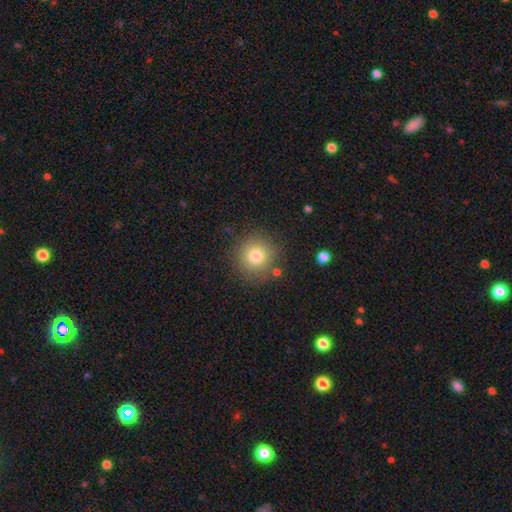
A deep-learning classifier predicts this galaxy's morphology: smooth-or-featured: smooth: 77% | star or artifact: 13% | featured or disk: 10%
  how-rounded: round: 93% | in between: 6% | cigar-shaped: 1%
  merging: none: 85% | minor disturbance: 9% | major disturbance: 3% | merger: 3%